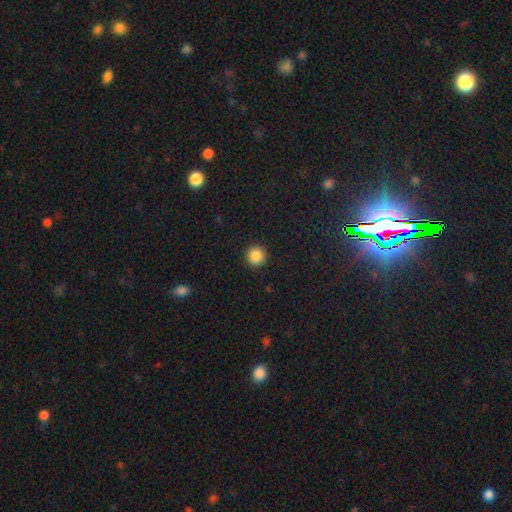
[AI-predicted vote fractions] Overall: smooth (87%). How rounded: round (96%). Merging: none (93%).